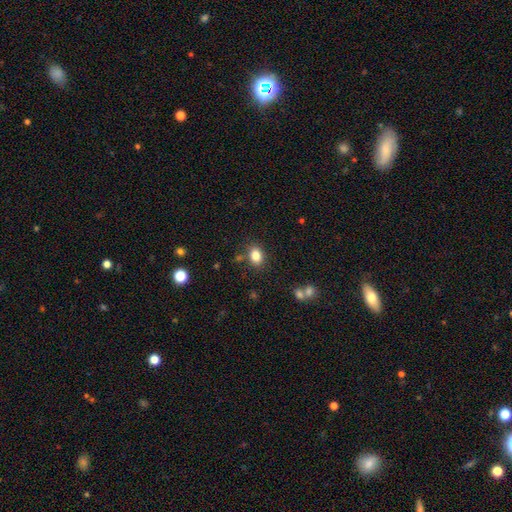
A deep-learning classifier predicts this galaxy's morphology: This is clearly a smooth galaxy (83%). How rounded: likely in between (71%). Merging: clearly none (81%).